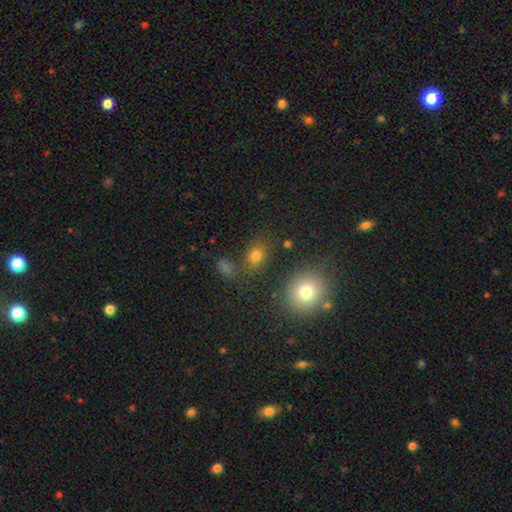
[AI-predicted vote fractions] A smooth galaxy with no disk features (74%) that is in between round and cigar-shaped (56%). Merging: none (73%).